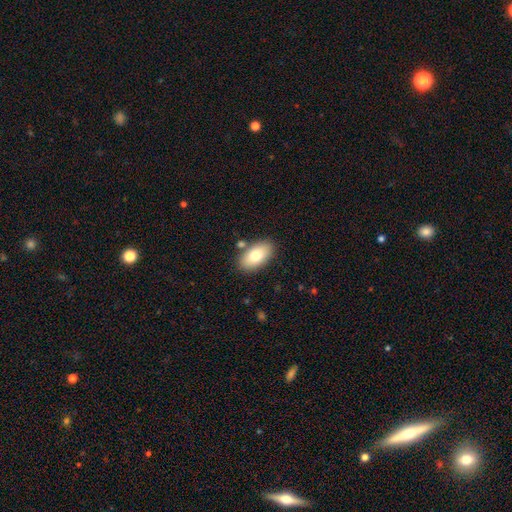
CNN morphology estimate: Smooth or featured? smooth (74%)
How rounded? in between (93%)
Merging? none (82%)